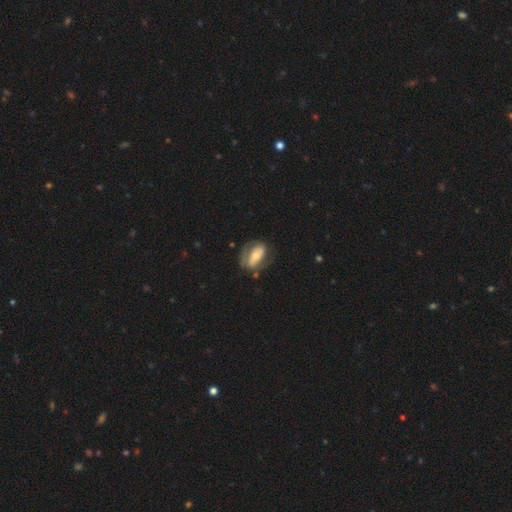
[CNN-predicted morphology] Q: Smooth or featured?
A: featured or disk (56%); runner-up: smooth (38%)
Q: Edge-on disk?
A: no (91%); runner-up: yes (9%)
Q: Bar?
A: no (43%); runner-up: strong (33%)
Q: Spiral arms?
A: no (55%); runner-up: yes (45%)
Q: Bulge size?
A: moderate (56%); runner-up: small (34%)
Q: Merging?
A: none (52%); runner-up: minor disturbance (24%)